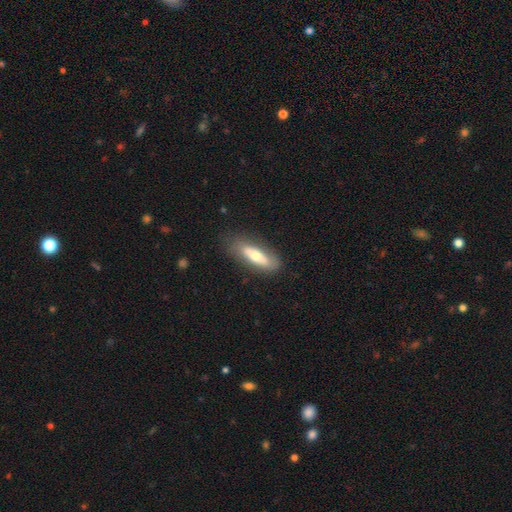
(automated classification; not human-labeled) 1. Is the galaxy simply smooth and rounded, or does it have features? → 56% smooth, 38% featured or disk, 6% star or artifact.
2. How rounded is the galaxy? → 50% in between, 48% cigar-shaped, 2% round.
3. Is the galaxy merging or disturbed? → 76% none, 17% minor disturbance, 5% major disturbance, 2% merger.